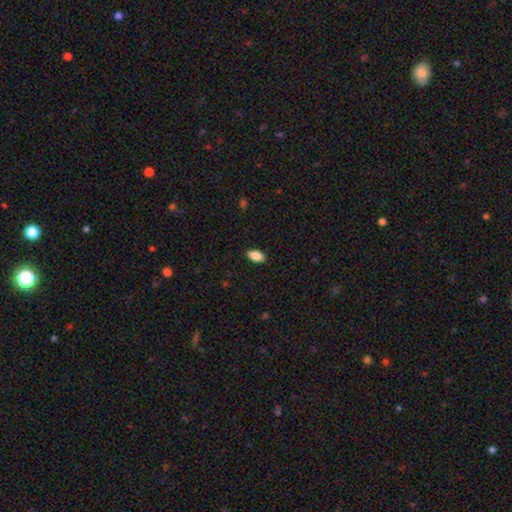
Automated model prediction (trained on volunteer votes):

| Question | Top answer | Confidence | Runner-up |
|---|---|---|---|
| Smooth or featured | smooth | 88% | star or artifact (7%) |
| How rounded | in between | 93% | round (3%) |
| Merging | none | 88% | minor disturbance (9%) |